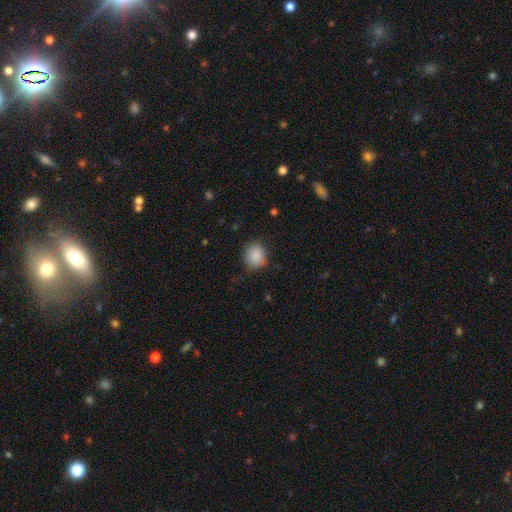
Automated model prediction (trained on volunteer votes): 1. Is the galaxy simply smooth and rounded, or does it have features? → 87% smooth, 8% star or artifact, 5% featured or disk.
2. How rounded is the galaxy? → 75% round, 24% in between, 1% cigar-shaped.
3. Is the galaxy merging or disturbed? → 79% none, 16% minor disturbance, 4% major disturbance, 1% merger.